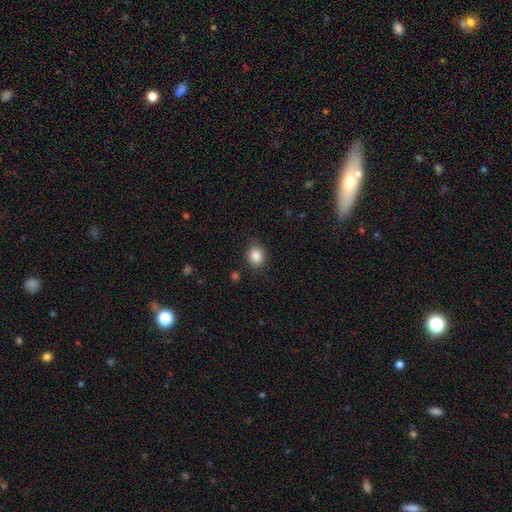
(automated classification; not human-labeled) Smooth or featured: smooth — 86% (star or artifact — 9%)
How rounded: round — 61% (in between — 38%)
Merging: none — 84% (minor disturbance — 12%)